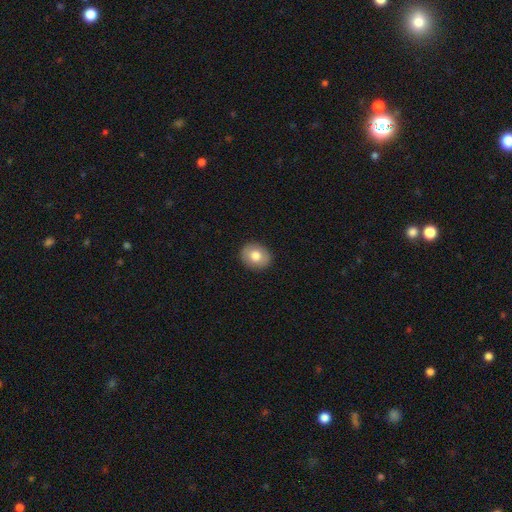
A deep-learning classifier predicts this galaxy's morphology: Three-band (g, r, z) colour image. It shows a smooth galaxy with no disk features (77%) that is round (63%). Merging: none (90%).